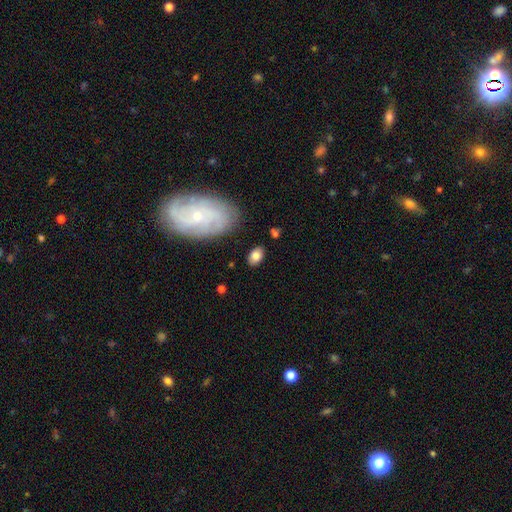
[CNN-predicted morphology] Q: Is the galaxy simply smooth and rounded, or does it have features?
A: smooth — 80%.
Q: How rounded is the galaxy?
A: in between — 87%.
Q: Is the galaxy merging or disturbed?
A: none — 82%.